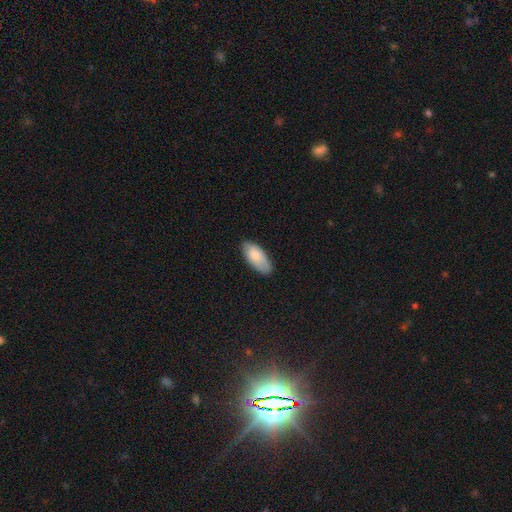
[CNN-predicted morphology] smooth 80%, featured or disk 14%, star or artifact 6%. Down the decision tree: how rounded — in between (90%); merging — none (76%).